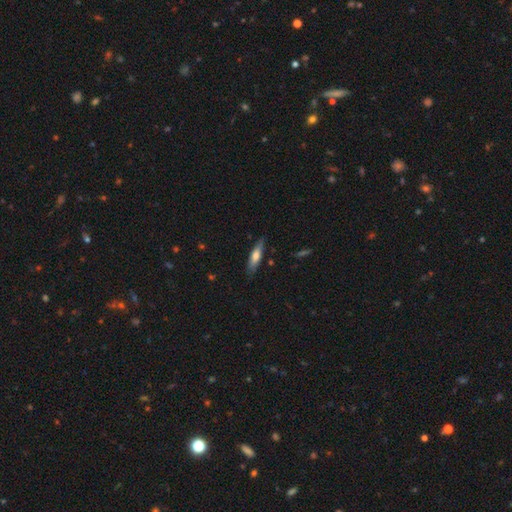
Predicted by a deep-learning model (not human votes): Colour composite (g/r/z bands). It shows a smooth galaxy with no disk features (62%) that is cigar-shaped (68%). Merging: none (79%).